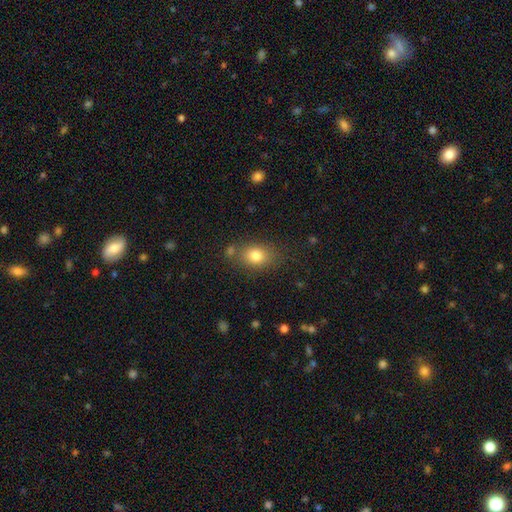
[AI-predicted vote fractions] A smooth galaxy with no disk features (81%) that is in between round and cigar-shaped (63%).

Vote fractions:
- Smooth or featured? smooth: 81% / star or artifact: 10% / featured or disk: 9%
- How rounded? in between: 63% / round: 36% / cigar-shaped: 1%
- Merging? none: 72% / minor disturbance: 15% / merger: 8% / major disturbance: 5%